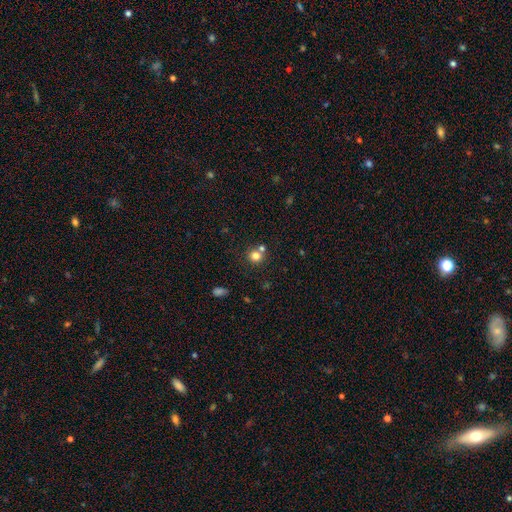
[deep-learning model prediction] Morphology: type=smooth (78%); roundness=round (87%); merging=none (63%).